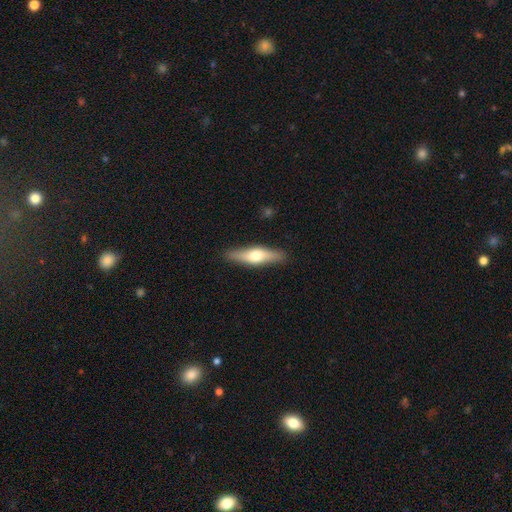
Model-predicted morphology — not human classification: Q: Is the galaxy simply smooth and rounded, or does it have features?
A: featured or disk — 48%.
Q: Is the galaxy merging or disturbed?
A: none — 89%.